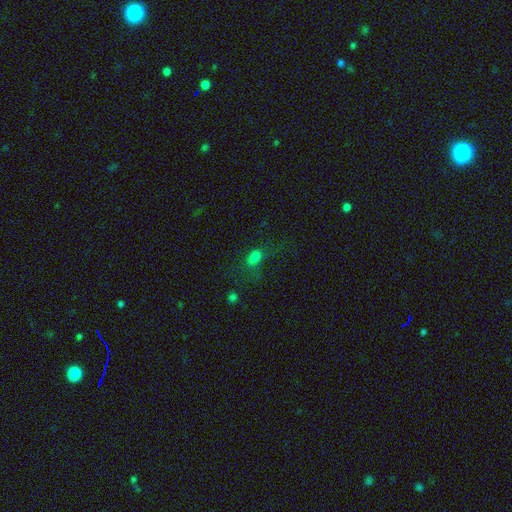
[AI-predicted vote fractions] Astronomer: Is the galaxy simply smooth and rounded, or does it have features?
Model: smooth — 64%.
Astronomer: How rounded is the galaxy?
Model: in between — 68%.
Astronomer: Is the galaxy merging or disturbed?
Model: none — 34% (runner-up: major disturbance, 25%).